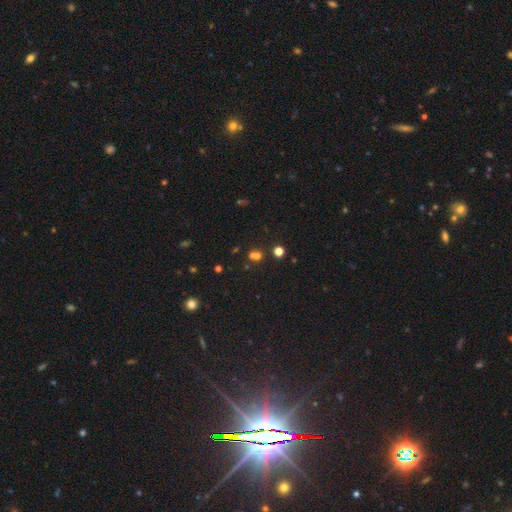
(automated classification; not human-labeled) The model was most divided on "merging": none: 50%, merger: 37%, minor disturbance: 8%, major disturbance: 4%. More confident: how rounded — round (78%); smooth or featured — smooth (58%).